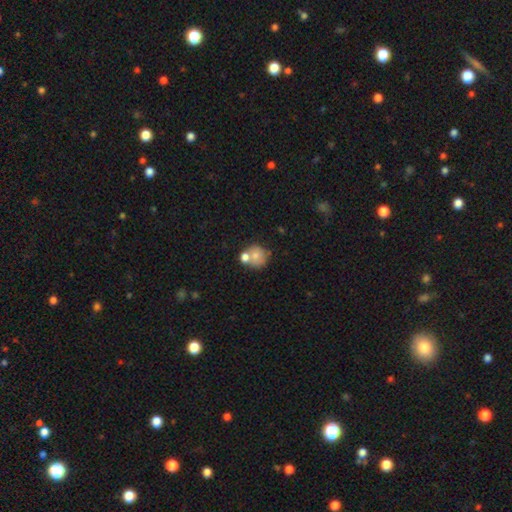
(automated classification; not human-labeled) Morphology: type=smooth (72%); roundness=round (82%); merging=none (43%).